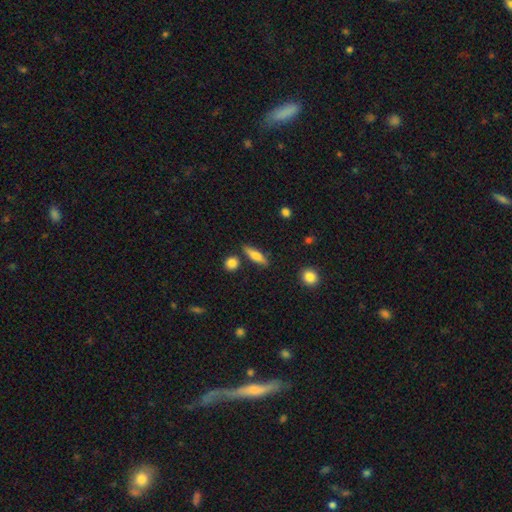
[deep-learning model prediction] Smooth or featured? Predicted: smooth (p=0.64). How rounded? Predicted: cigar-shaped (p=0.61). Merging? Predicted: none (p=0.80).